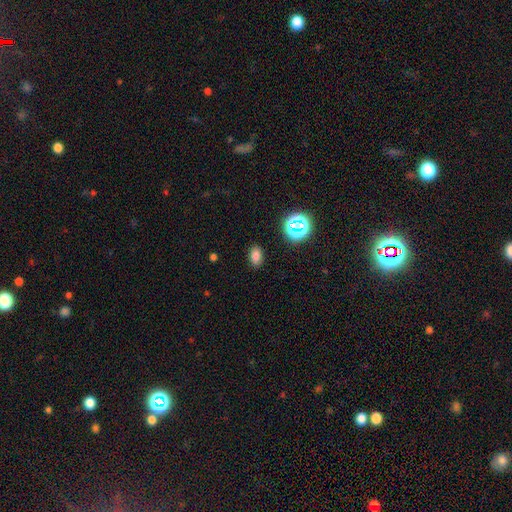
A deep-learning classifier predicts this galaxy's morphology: Smooth or featured? Predicted: smooth (p=0.75). How rounded? Predicted: in between (p=0.85). Merging? Predicted: none (p=0.86).